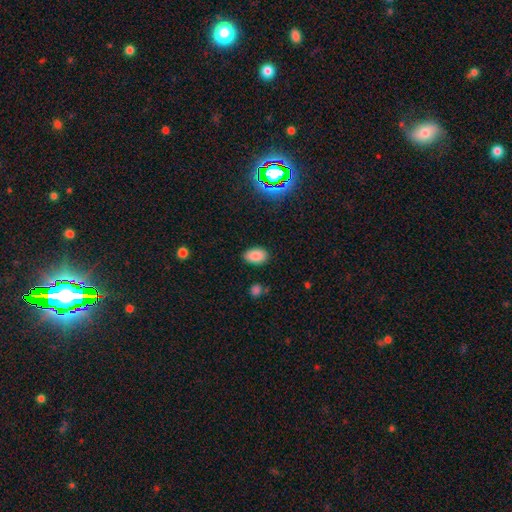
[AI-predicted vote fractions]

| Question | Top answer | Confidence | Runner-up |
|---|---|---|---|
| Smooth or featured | smooth | 84% | star or artifact (10%) |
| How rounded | in between | 90% | round (9%) |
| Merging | none | 86% | minor disturbance (10%) |